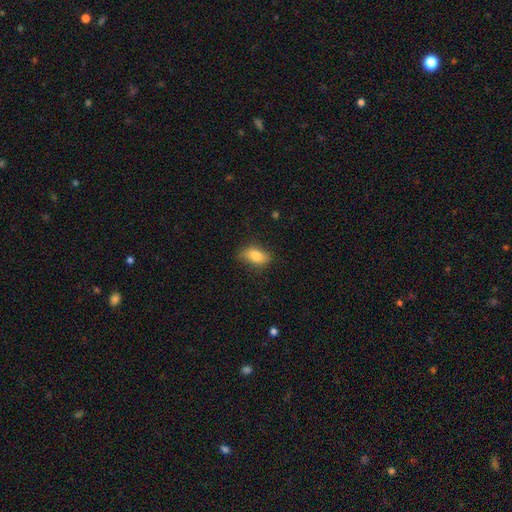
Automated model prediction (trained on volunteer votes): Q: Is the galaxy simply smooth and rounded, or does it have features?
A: smooth — 85%.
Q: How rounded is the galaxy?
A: in between — 89%.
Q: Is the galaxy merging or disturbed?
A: none — 73%.